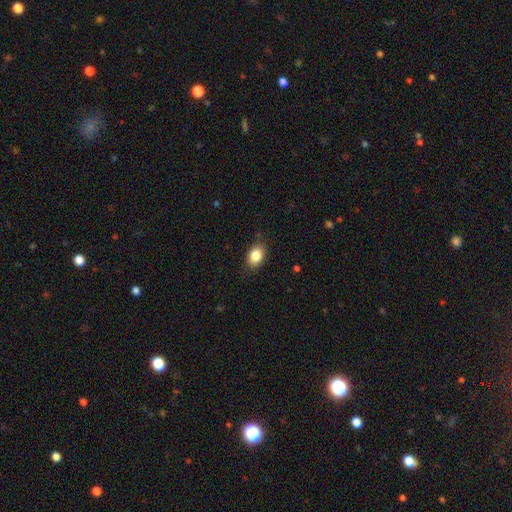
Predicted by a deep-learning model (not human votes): Smooth or featured? Predicted: smooth (p=0.84). How rounded? Predicted: in between (p=0.81). Merging? Predicted: none (p=0.84).